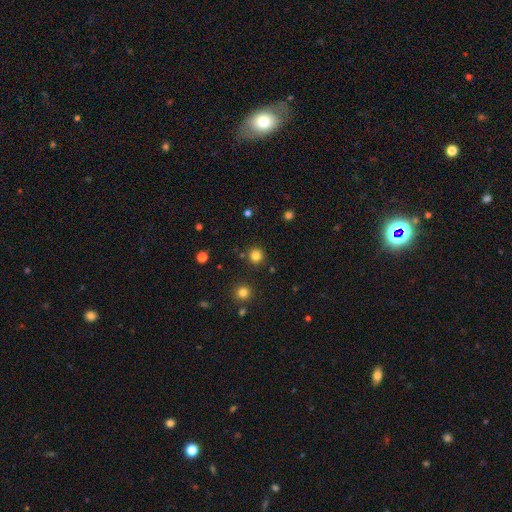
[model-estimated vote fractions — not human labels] Smooth or featured: smooth — 81% (star or artifact — 14%)
How rounded: round — 95% (in between — 4%)
Merging: none — 90% (minor disturbance — 5%)